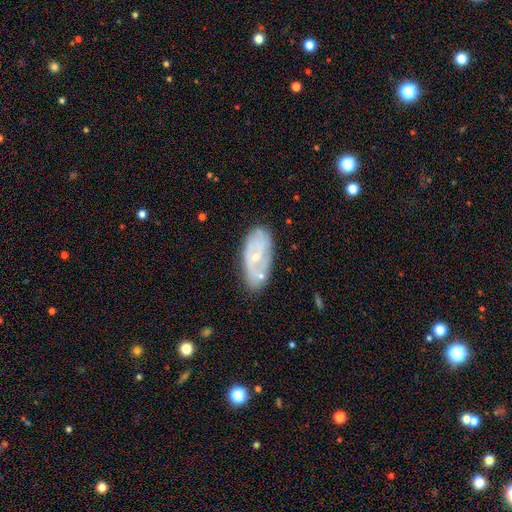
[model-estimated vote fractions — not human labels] featured or disk 63%, smooth 30%, star or artifact 7%. Down the decision tree: edge-on disk — no (92%); bar — no (61%); spiral arms — yes (65%); bulge size — small (70%); merging — none (64%).